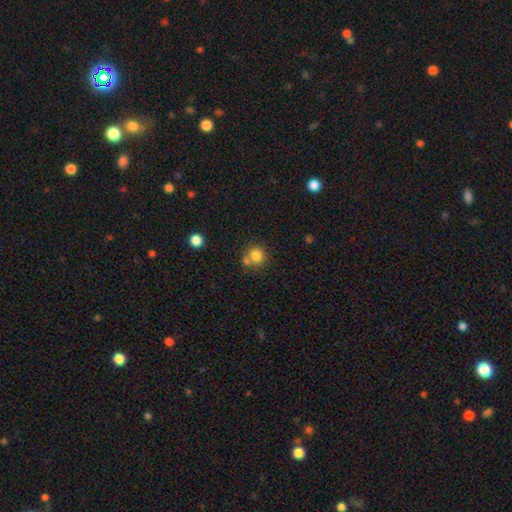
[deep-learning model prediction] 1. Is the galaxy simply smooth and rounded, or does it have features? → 81% smooth, 11% star or artifact, 7% featured or disk.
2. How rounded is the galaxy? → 87% round, 12% in between, 1% cigar-shaped.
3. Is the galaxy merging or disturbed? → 59% none, 25% merger, 11% minor disturbance, 4% major disturbance.